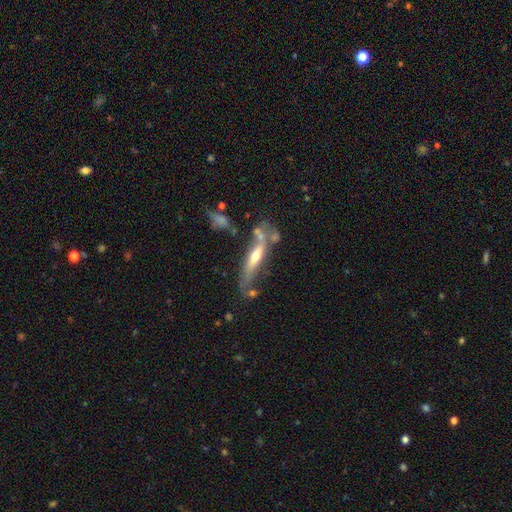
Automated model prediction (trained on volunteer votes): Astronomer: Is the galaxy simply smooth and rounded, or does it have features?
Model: featured or disk — 55% (runner-up: smooth, 38%).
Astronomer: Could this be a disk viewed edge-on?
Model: yes — 74%.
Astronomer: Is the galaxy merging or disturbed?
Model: none — 44% (runner-up: minor disturbance, 22%).